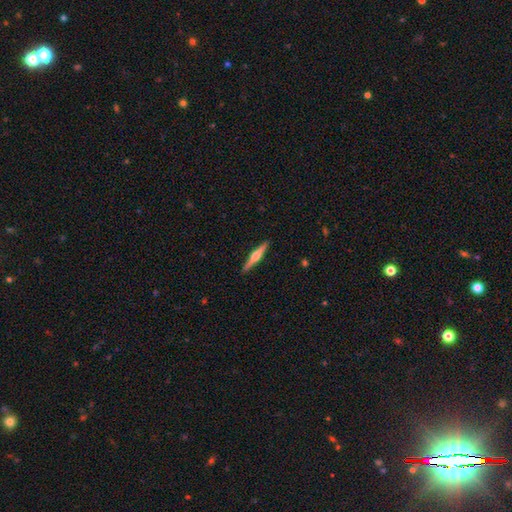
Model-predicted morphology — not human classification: Q: Smooth or featured?
A: featured or disk (65%); runner-up: smooth (30%)
Q: Edge-on disk?
A: yes (98%); runner-up: no (2%)
Q: Edge-on bulge?
A: rounded (89%); runner-up: boxy (6%)
Q: Merging?
A: none (91%); runner-up: minor disturbance (6%)